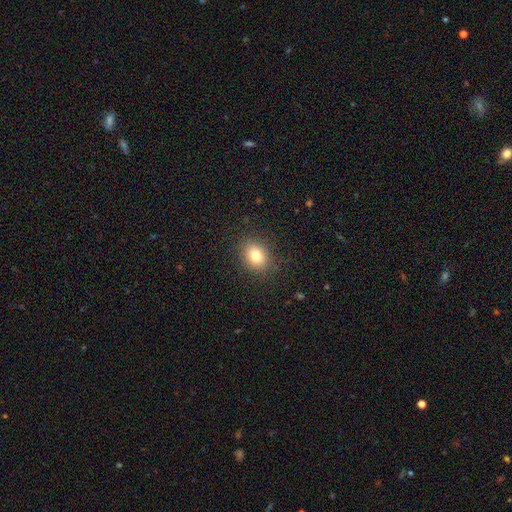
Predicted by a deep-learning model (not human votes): This is likely a smooth galaxy (79%). How rounded: possibly round (52%). Merging: clearly none (87%).